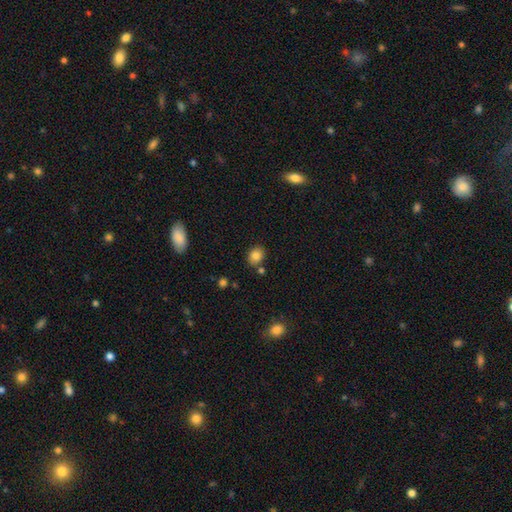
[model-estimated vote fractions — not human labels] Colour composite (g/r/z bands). It shows a smooth galaxy with no disk features (83%) that is round (52%). Merging: none (74%).